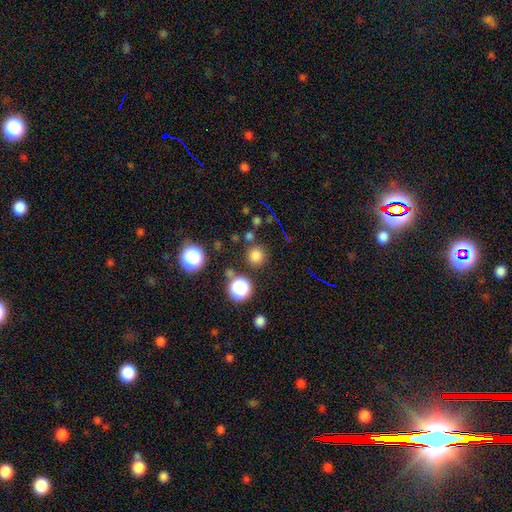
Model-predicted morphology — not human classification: The model was most divided on "smooth or featured": smooth: 74%, star or artifact: 20%, featured or disk: 5%. More confident: how rounded — round (94%); merging — none (84%).